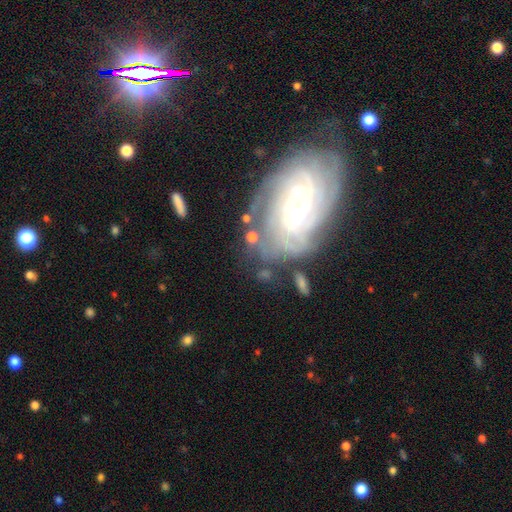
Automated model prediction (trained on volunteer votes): A featured or disk galaxy (74%) with no bar (58%), tight (76%) spiral arms (94%) and a small central bulge (56%).

Vote fractions:
- Smooth or featured? featured or disk: 74% / star or artifact: 14% / smooth: 13%
- Edge-on disk? no: 94% / yes: 6%
- Bar? no: 58% / weak: 32% / strong: 10%
- Spiral arms? yes: 94% / no: 6%
- Spiral winding? tight: 76% / medium: 19% / loose: 5%
- Spiral arm count? can't tell: 46% / 2: 14% / 4: 13% / 3: 13% / more than 4: 9% / 1: 6%
- Bulge size? small: 56% / moderate: 37% / large: 4% / none: 2% / dominant: 1%
- Merging? none: 76% / minor disturbance: 16% / major disturbance: 6% / merger: 2%